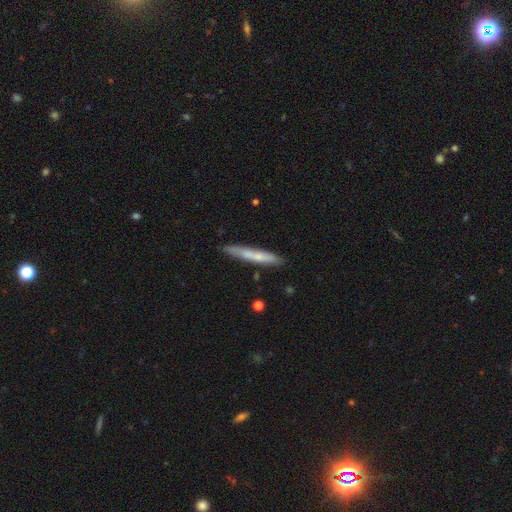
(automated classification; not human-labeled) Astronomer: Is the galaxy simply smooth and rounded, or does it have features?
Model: smooth — 58% (runner-up: featured or disk, 36%).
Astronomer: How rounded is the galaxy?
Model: cigar-shaped — 95%.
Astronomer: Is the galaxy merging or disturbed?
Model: none — 82%.